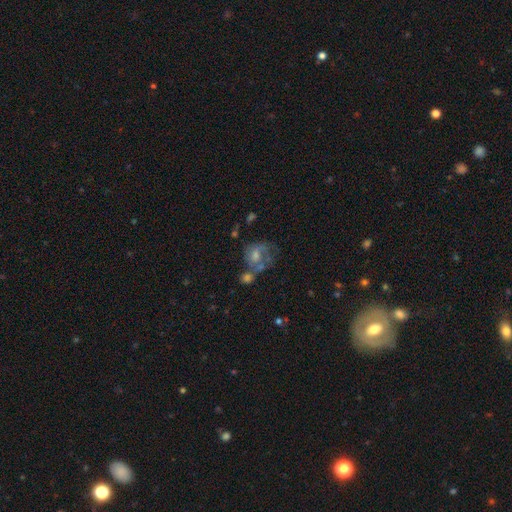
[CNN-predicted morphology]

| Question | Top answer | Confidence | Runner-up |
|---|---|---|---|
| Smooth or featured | featured or disk | 62% | smooth (22%) |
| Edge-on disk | no | 97% | yes (3%) |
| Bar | no | 67% | weak (27%) |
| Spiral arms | yes | 74% | no (26%) |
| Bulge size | moderate | 54% | small (31%) |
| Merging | none | 42% | merger (25%) |